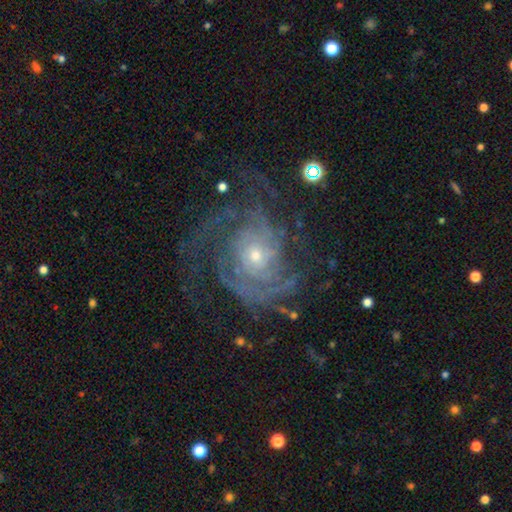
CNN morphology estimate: Q: Smooth or featured?
A: featured or disk (86%); runner-up: star or artifact (7%)
Q: Edge-on disk?
A: no (97%); runner-up: yes (3%)
Q: Bar?
A: no (78%); runner-up: weak (18%)
Q: Spiral arms?
A: yes (94%); runner-up: no (6%)
Q: Spiral winding?
A: tight (53%); runner-up: medium (34%)
Q: Spiral arm count?
A: can't tell (31%); runner-up: 2 (19%)
Q: Bulge size?
A: small (57%); runner-up: moderate (37%)
Q: Merging?
A: none (61%); runner-up: major disturbance (20%)